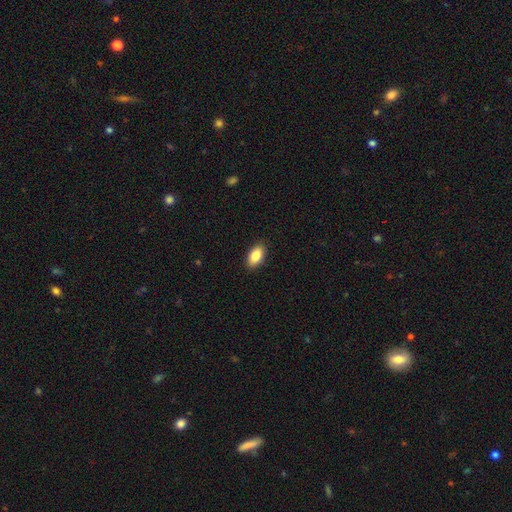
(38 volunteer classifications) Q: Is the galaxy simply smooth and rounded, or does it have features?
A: smooth — 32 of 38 (84%).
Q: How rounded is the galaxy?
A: in between — 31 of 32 (97%).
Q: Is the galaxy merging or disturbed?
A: none — 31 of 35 (89%).